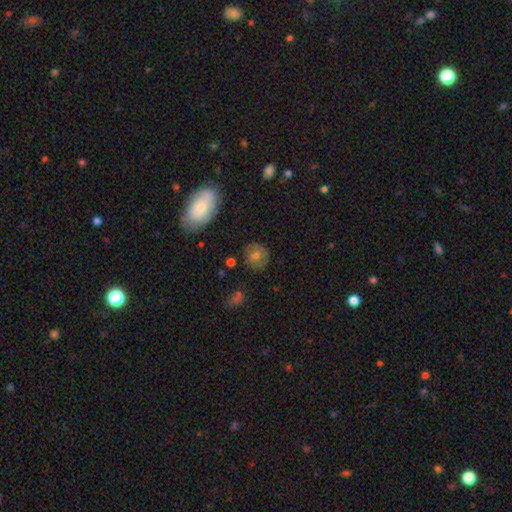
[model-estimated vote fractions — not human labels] The model was most divided on "smooth or featured": smooth: 62%, featured or disk: 26%, star or artifact: 12%. More confident: merging — none (80%); how rounded — round (77%).